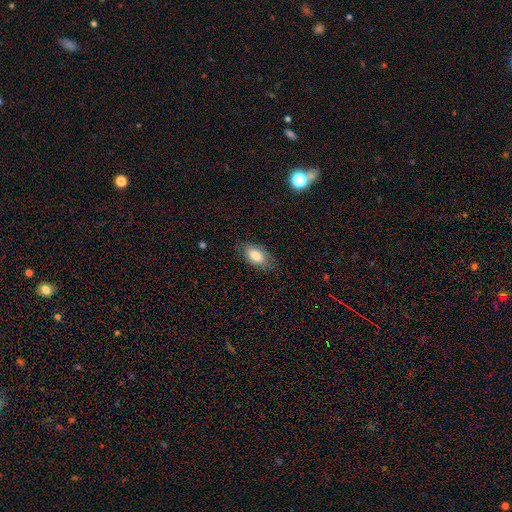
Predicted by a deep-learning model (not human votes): Smooth or featured? smooth (77%)
How rounded? in between (92%)
Merging? none (78%)